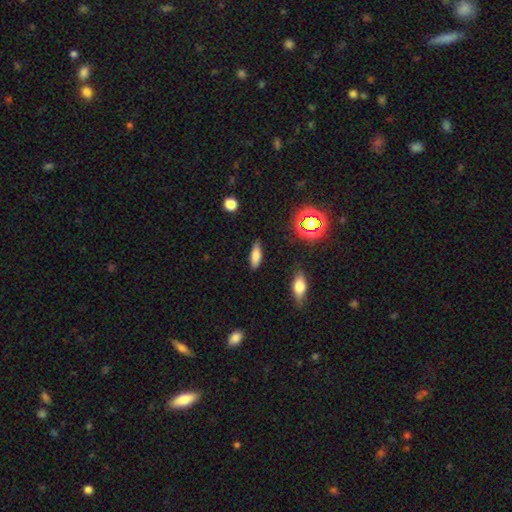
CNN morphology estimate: Smooth or featured?
  - smooth: 77% *
  - star or artifact: 11%
  - featured or disk: 11%
How rounded?
  - in between: 63% *
  - cigar-shaped: 33%
  - round: 3%
Merging?
  - none: 84% *
  - minor disturbance: 12%
  - major disturbance: 3%
  - merger: 2%